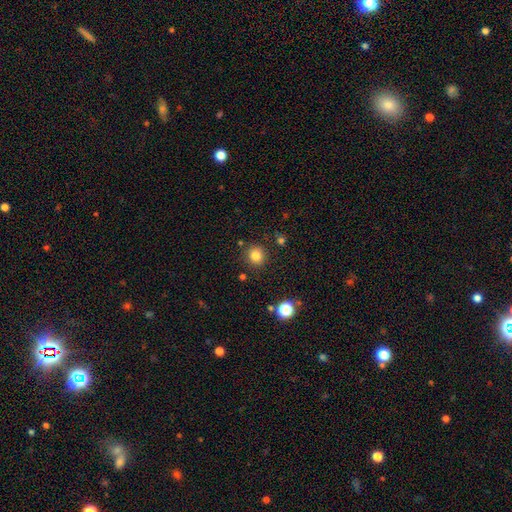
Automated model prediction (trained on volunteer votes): Morphology: type=smooth (82%); roundness=round (92%); merging=none (88%).